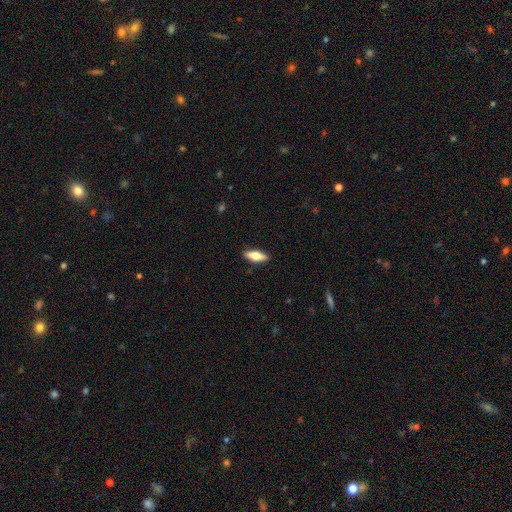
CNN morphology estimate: The model was most divided on "how rounded": in between: 64%, cigar-shaped: 33%, round: 2%. More confident: merging — none (90%); smooth or featured — smooth (66%).